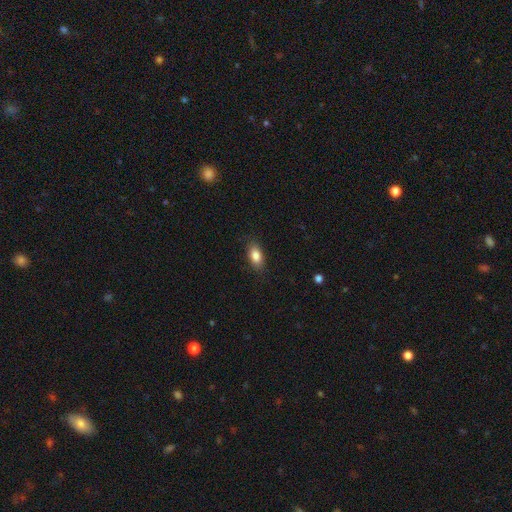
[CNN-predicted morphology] smooth 85%, star or artifact 8%, featured or disk 7%. Down the decision tree: how rounded — in between (88%); merging — none (85%).